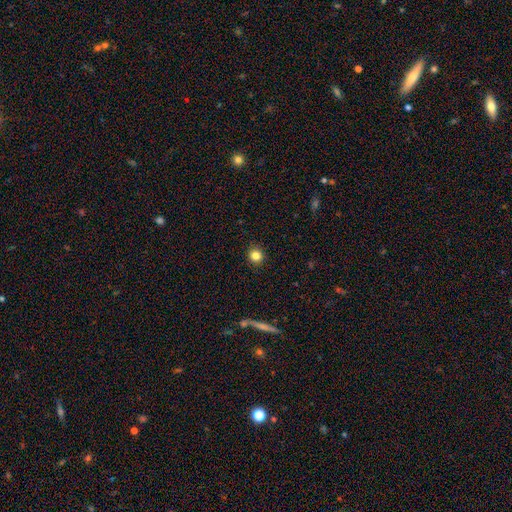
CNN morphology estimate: A smooth galaxy with no disk features (83%) that is round (93%).

Vote fractions:
- Smooth or featured? smooth: 83% / star or artifact: 11% / featured or disk: 6%
- How rounded? round: 93% / in between: 6% / cigar-shaped: 1%
- Merging? none: 92% / minor disturbance: 5% / major disturbance: 2% / merger: 1%